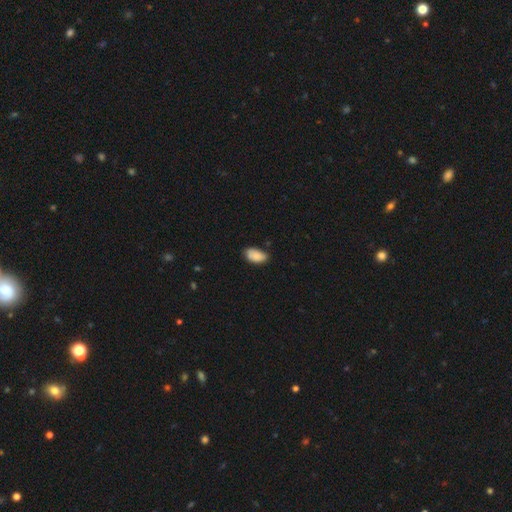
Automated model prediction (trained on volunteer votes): Smooth or featured? Predicted: smooth (p=0.86). How rounded? Predicted: in between (p=0.94). Merging? Predicted: none (p=0.74).